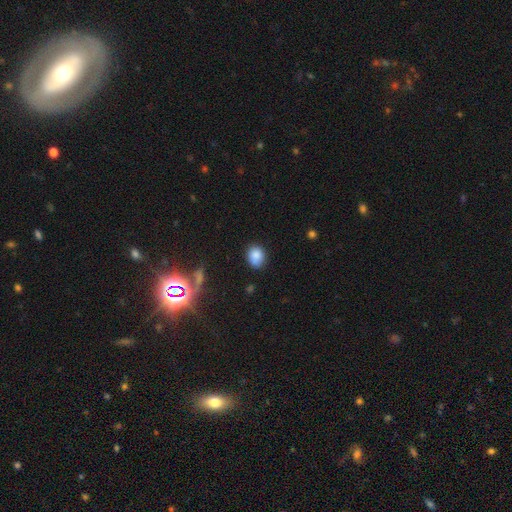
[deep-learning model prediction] This appears to be a smooth galaxy with no disk features (84%) that is in between round and cigar-shaped (53%). Merging: none (75%).